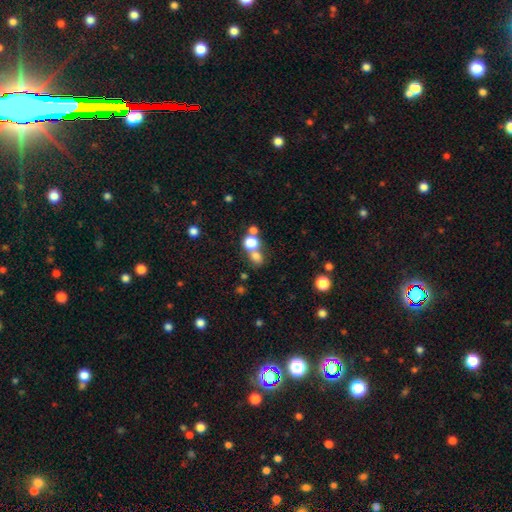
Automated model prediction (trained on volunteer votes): Smooth or featured? smooth (72%)
How rounded? round (76%)
Merging? none (46%)